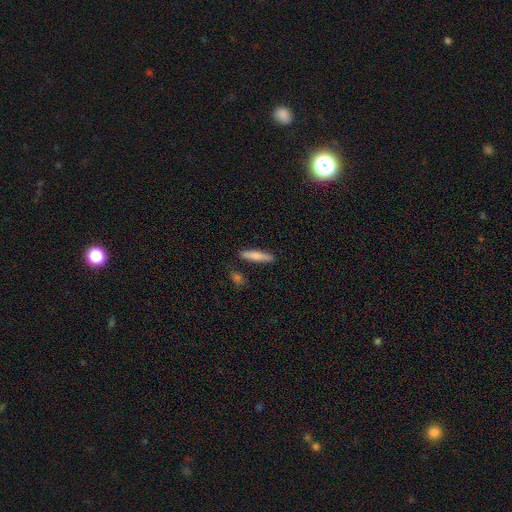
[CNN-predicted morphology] Smooth or featured: smooth — 78% (featured or disk — 16%)
How rounded: cigar-shaped — 82% (in between — 16%)
Merging: none — 86% (minor disturbance — 9%)